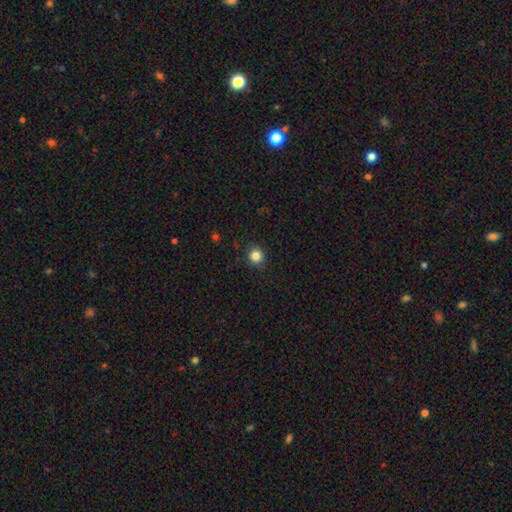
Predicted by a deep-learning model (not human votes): Smooth or featured? Predicted: smooth (p=0.84). How rounded? Predicted: round (p=0.91). Merging? Predicted: none (p=0.91).